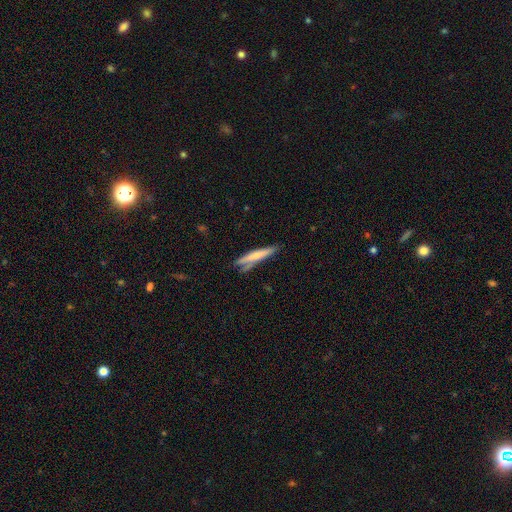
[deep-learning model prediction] Smooth or featured? smooth (60%)
How rounded? cigar-shaped (92%)
Merging? none (64%)